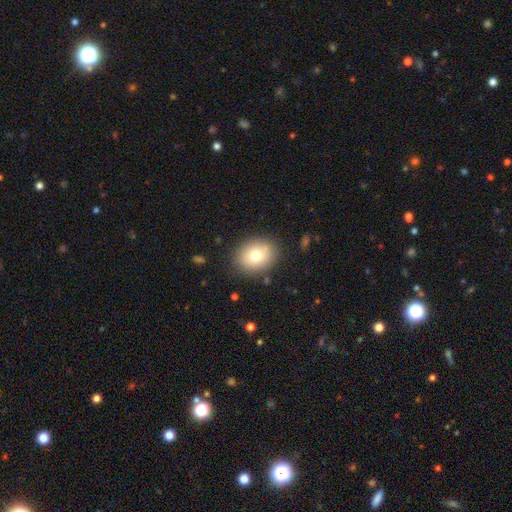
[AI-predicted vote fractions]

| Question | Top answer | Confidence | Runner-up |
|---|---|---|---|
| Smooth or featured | smooth | 76% | featured or disk (14%) |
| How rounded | round | 53% | in between (47%) |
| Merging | none | 85% | minor disturbance (10%) |